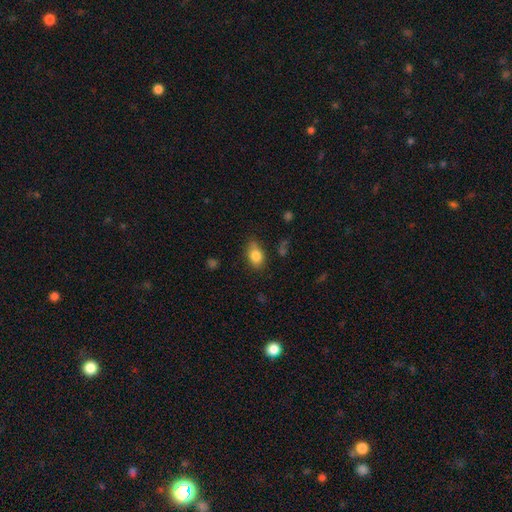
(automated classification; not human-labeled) Smooth or featured: smooth — 83% (star or artifact — 9%)
How rounded: in between — 76% (round — 22%)
Merging: none — 66% (minor disturbance — 25%)